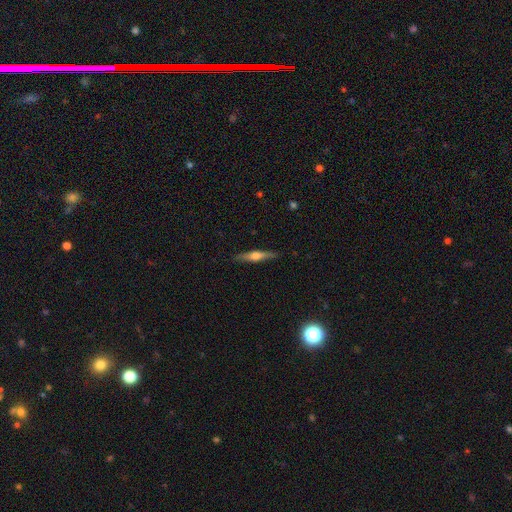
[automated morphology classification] smooth_or_featured: featured or disk (p=0.59) [alt: smooth p=0.35]
disk_edge_on: yes (p=0.96) [alt: no p=0.04]
edge_on_bulge: rounded (p=0.84) [alt: boxy p=0.10]
merging: none (p=0.88) [alt: minor disturbance p=0.09]